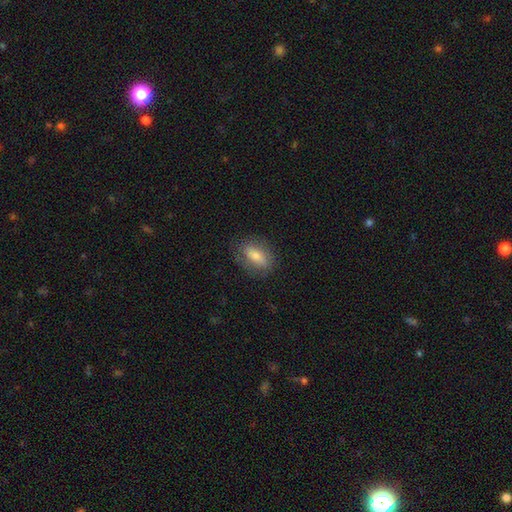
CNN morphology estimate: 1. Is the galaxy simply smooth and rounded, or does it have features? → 64% smooth, 28% featured or disk, 8% star or artifact.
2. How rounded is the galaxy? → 78% in between, 12% cigar-shaped, 10% round.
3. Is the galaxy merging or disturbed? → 79% none, 15% minor disturbance, 5% major disturbance, 1% merger.